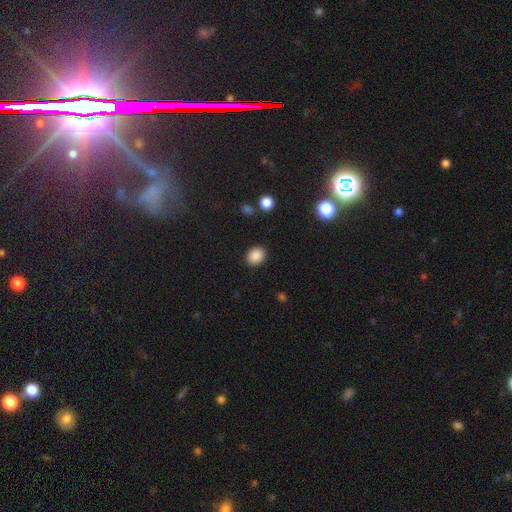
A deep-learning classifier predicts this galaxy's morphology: smooth-or-featured: smooth: 88% | star or artifact: 9% | featured or disk: 3%
  how-rounded: round: 54% | in between: 46% | cigar-shaped: 1%
  merging: none: 89% | minor disturbance: 7% | major disturbance: 2% | merger: 1%